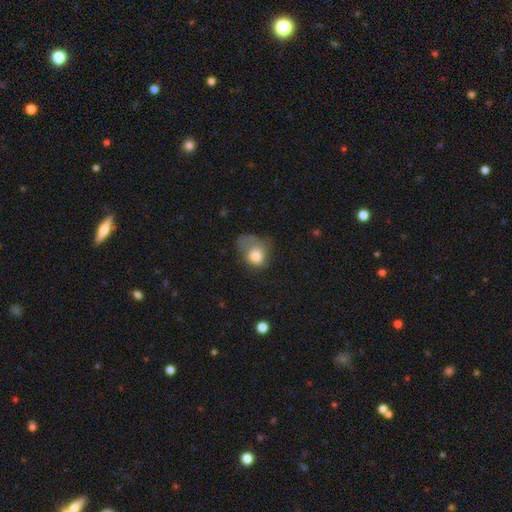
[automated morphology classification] Smooth or featured: smooth — 74% (featured or disk — 16%)
How rounded: in between — 55% (round — 44%)
Merging: major disturbance — 49% (minor disturbance — 25%)